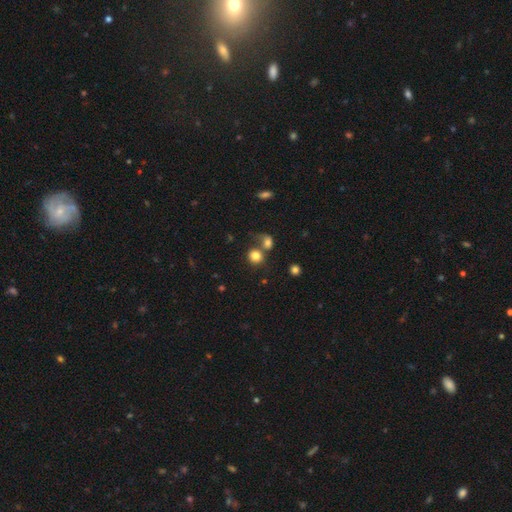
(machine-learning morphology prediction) smooth-or-featured: smooth: 80% | star or artifact: 11% | featured or disk: 9%
  how-rounded: round: 82% | in between: 17% | cigar-shaped: 1%
  merging: none: 49% | merger: 35% | minor disturbance: 9% | major disturbance: 6%